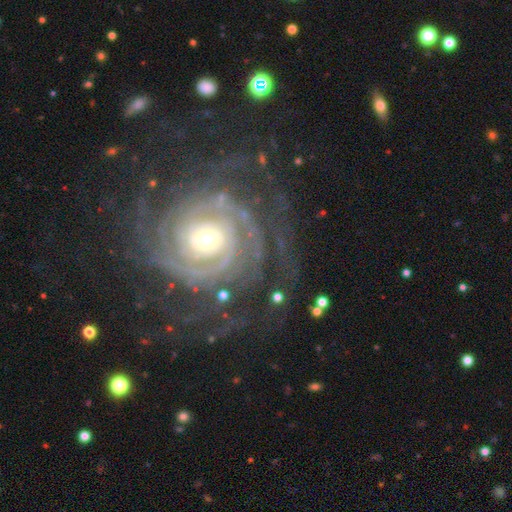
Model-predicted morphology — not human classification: smooth-or-featured: featured or disk: 90% | star or artifact: 6% | smooth: 4%
  disk-edge-on: no: 97% | yes: 3%
    bar: no: 45% | weak: 35% | strong: 20%
    has-spiral-arms: yes: 98% | no: 2%
      spiral-winding: tight: 79% | medium: 18% | loose: 3%
      spiral-arm-count: can't tell: 23% | 2: 22% | 3: 20% | 4: 15% | more than 4: 12% | 1: 8%
    bulge-size: moderate: 54% | small: 37% | large: 7% | none: 1% | dominant: 1%
  merging: none: 74% | minor disturbance: 14% | major disturbance: 10% | merger: 2%